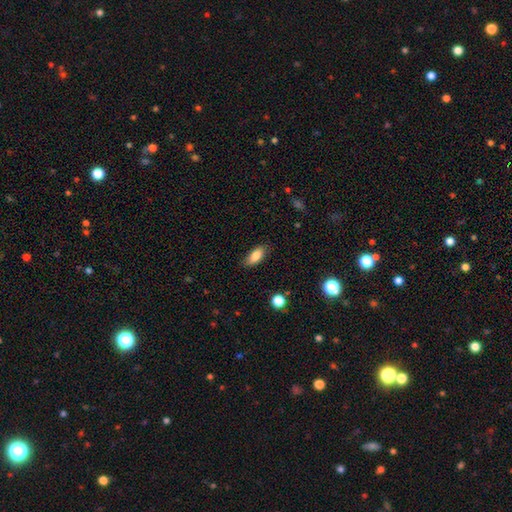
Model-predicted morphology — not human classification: Smooth or featured? smooth (83%)
How rounded? in between (85%)
Merging? none (82%)